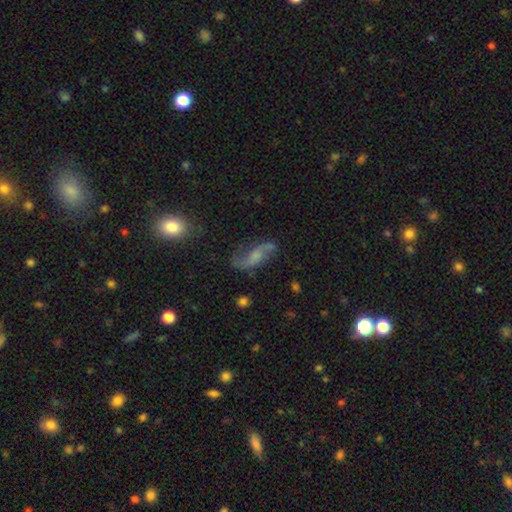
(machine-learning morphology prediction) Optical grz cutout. It shows a featured or disk galaxy (66%) with no bar (55%), 2 (88%) loose (79%) spiral arms (89%) and a small central bulge (42%). Merging: none (59%).